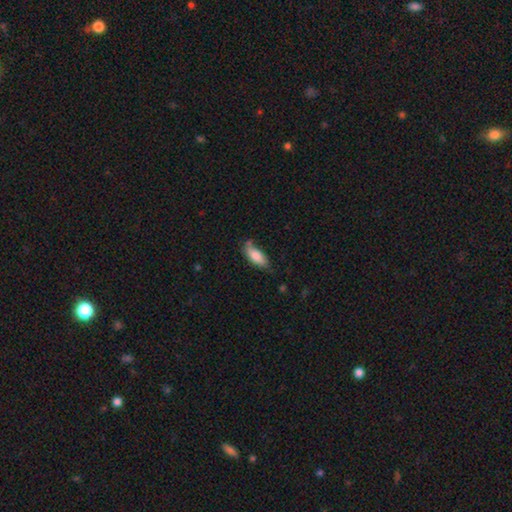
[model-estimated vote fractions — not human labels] A smooth galaxy with no disk features (80%) that is in between round and cigar-shaped (80%). Merging: none (55%).